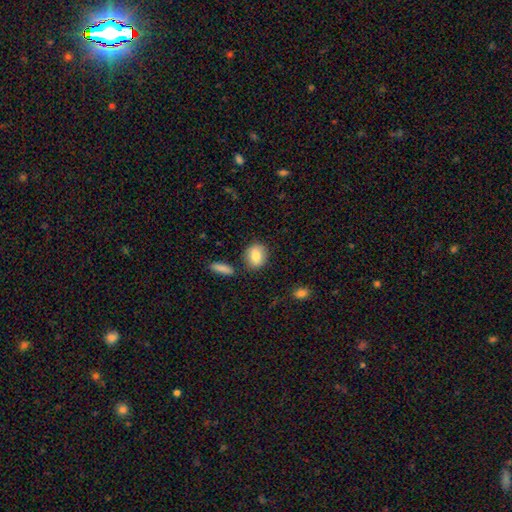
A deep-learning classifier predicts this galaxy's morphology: smooth_or_featured: smooth (p=0.82) [alt: featured or disk p=0.11]
how_rounded: round (p=0.55) [alt: in between p=0.43]
merging: none (p=0.81) [alt: minor disturbance p=0.10]